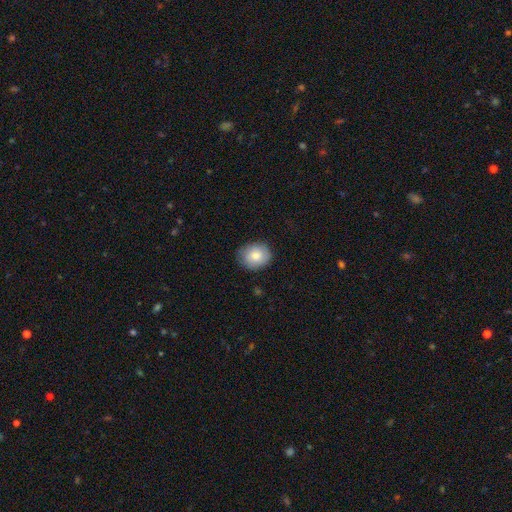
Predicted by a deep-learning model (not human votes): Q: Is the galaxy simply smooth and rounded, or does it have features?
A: smooth — 80%.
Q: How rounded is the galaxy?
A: round — 66%.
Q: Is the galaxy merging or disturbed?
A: none — 81%.